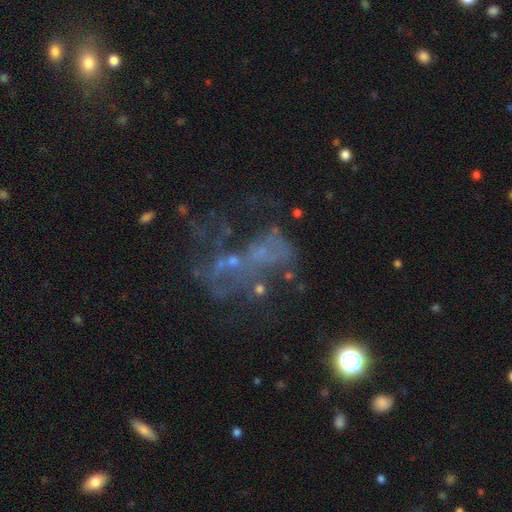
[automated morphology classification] A featured or disk galaxy (53%) with no bar (81%), no spiral arms (79%) and no central bulge (64%).

Vote fractions:
- Smooth or featured? featured or disk: 53% / star or artifact: 32% / smooth: 15%
- Edge-on disk? no: 95% / yes: 5%
- Bar? no: 81% / weak: 13% / strong: 6%
- Spiral arms? no: 79% / yes: 21%
- Bulge size? none: 64% / small: 26% / moderate: 8% / large: 2% / dominant: 1%
- Merging? none: 39% / major disturbance: 36% / minor disturbance: 14% / merger: 11%